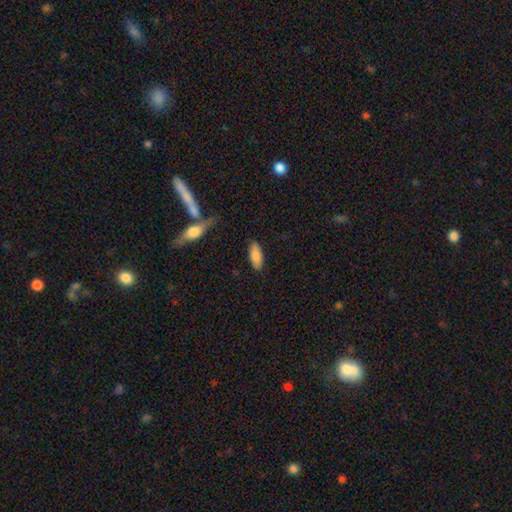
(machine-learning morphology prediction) smooth 84%, featured or disk 10%, star or artifact 6%. Down the decision tree: how rounded — in between (78%); merging — none (83%).